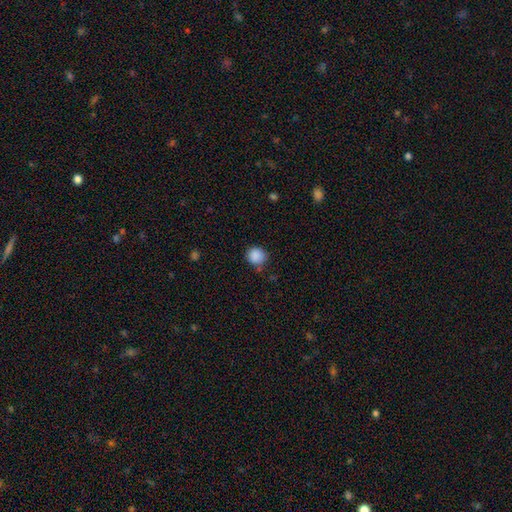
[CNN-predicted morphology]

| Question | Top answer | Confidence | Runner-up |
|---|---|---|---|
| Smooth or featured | smooth | 87% | star or artifact (9%) |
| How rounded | round | 89% | in between (10%) |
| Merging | none | 76% | minor disturbance (16%) |